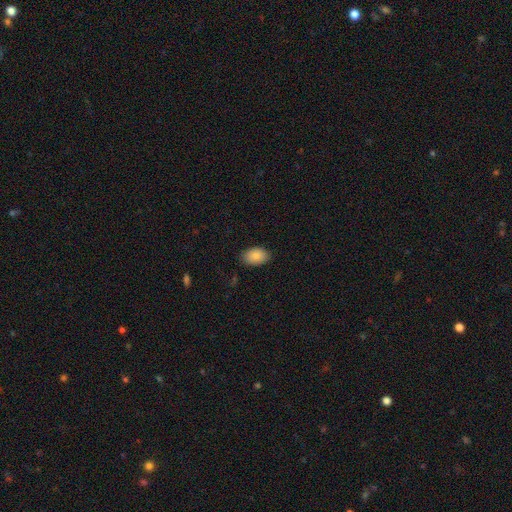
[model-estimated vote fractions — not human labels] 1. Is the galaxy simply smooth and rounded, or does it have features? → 88% smooth, 7% star or artifact, 5% featured or disk.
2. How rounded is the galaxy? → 91% in between, 8% round, 1% cigar-shaped.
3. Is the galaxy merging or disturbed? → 86% none, 11% minor disturbance, 2% major disturbance, 1% merger.